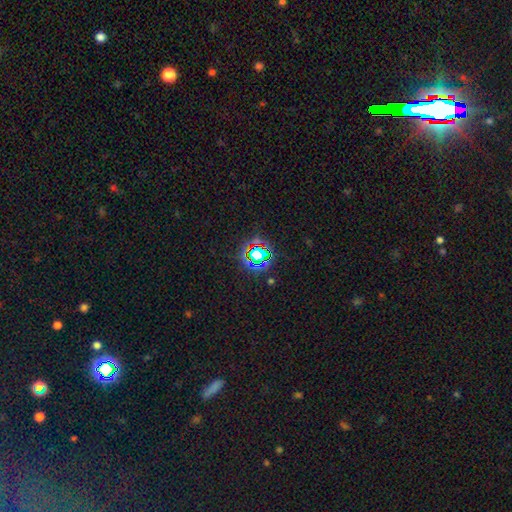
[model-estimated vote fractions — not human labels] Q: Smooth or featured?
A: star or artifact (70%); runner-up: smooth (19%)